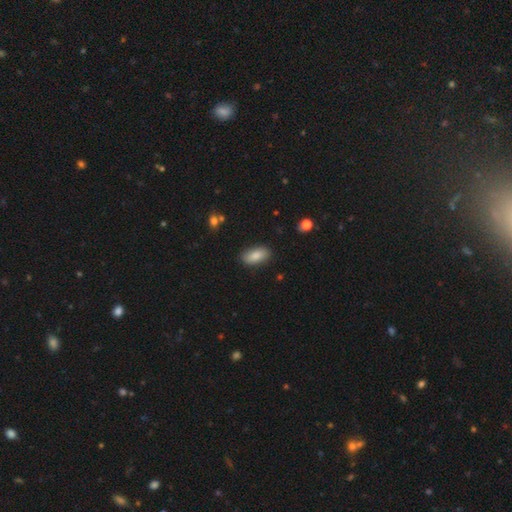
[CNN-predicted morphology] Overall: smooth (85%). How rounded: in between (89%). Merging: none (86%).